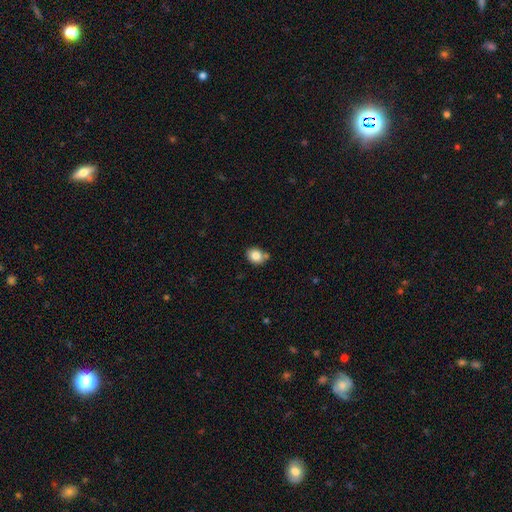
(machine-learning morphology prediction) Smooth or featured? smooth (83%)
How rounded? round (55%)
Merging? none (69%)